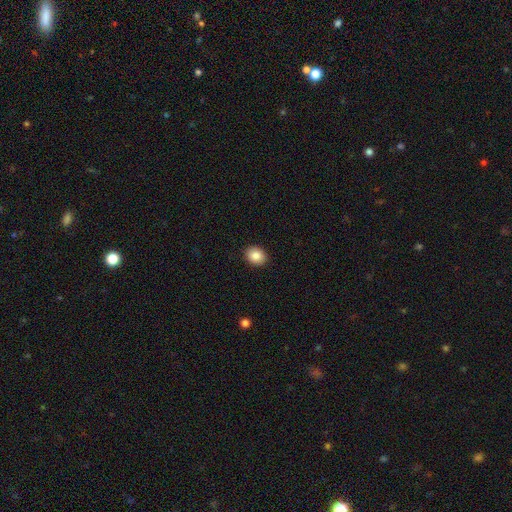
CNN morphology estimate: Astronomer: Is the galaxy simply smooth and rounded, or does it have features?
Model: smooth — 86%.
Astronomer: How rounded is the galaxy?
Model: in between — 50% (runner-up: round, 49%).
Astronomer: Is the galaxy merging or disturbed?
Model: none — 91%.